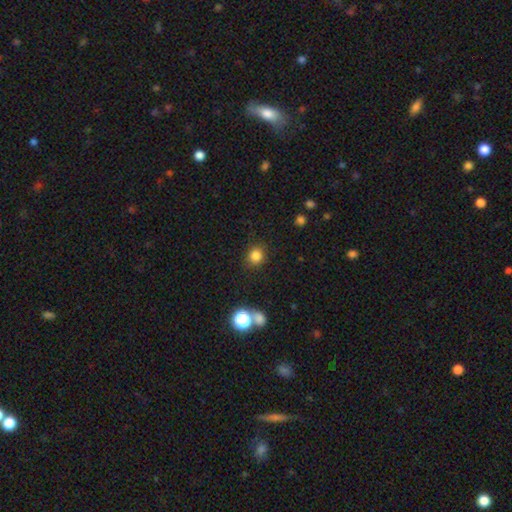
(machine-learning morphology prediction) Smooth or featured? Predicted: smooth (p=0.82). How rounded? Predicted: round (p=0.83). Merging? Predicted: none (p=0.85).